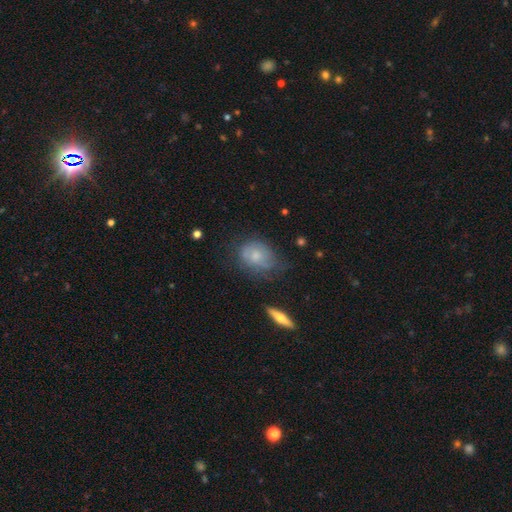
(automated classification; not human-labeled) Morphology: type=smooth (55%); roundness=in between (63%); merging=none (51%).